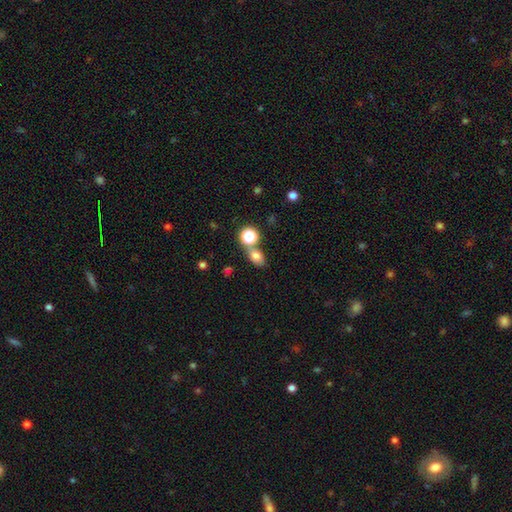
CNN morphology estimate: Smooth or featured? smooth (75%)
How rounded? in between (68%)
Merging? none (58%)